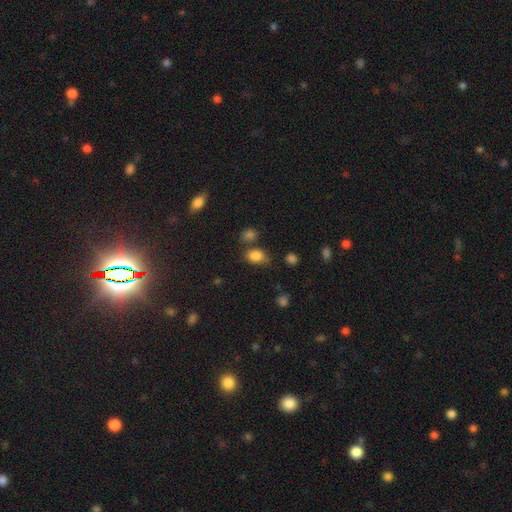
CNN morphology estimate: Q: Smooth or featured?
A: smooth (83%); runner-up: star or artifact (11%)
Q: How rounded?
A: in between (71%); runner-up: round (27%)
Q: Merging?
A: none (62%); runner-up: minor disturbance (21%)